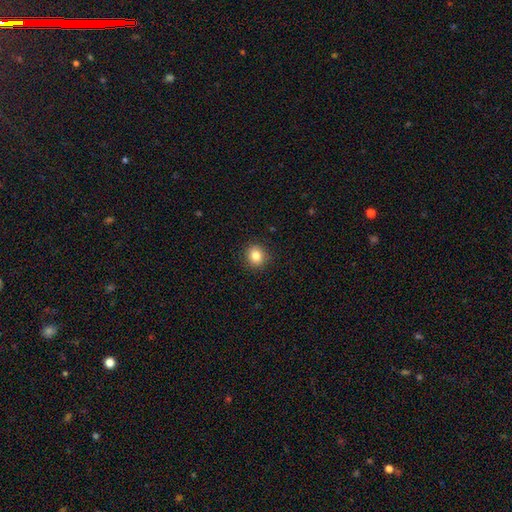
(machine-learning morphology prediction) Smooth or featured? smooth (84%)
How rounded? round (85%)
Merging? none (91%)